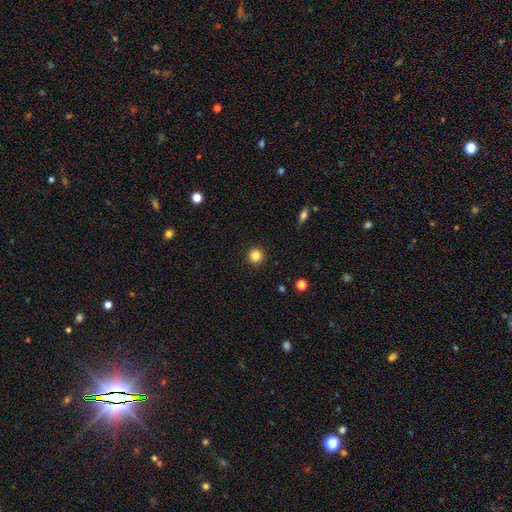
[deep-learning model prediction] The model was most divided on "smooth or featured": smooth: 84%, star or artifact: 12%, featured or disk: 5%. More confident: how rounded — round (96%); merging — none (93%).